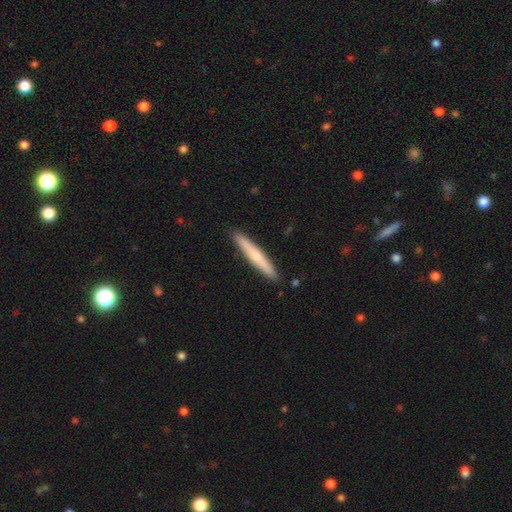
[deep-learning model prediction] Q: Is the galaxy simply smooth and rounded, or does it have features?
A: smooth — 55%.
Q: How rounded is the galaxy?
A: cigar-shaped — 95%.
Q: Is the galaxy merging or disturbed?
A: none — 91%.